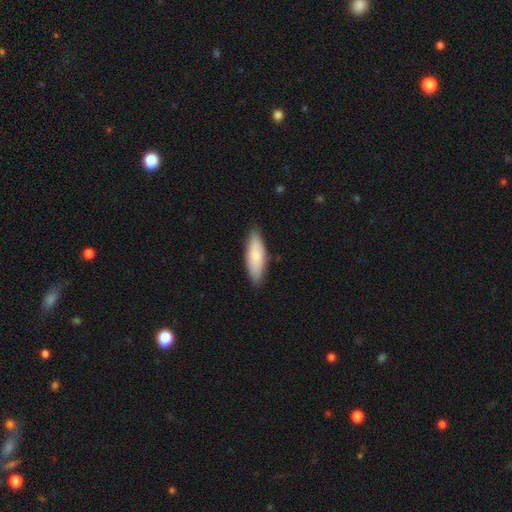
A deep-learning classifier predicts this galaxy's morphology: This is likely a smooth galaxy (75%). How rounded: possibly in between (59%). Merging: clearly none (84%).